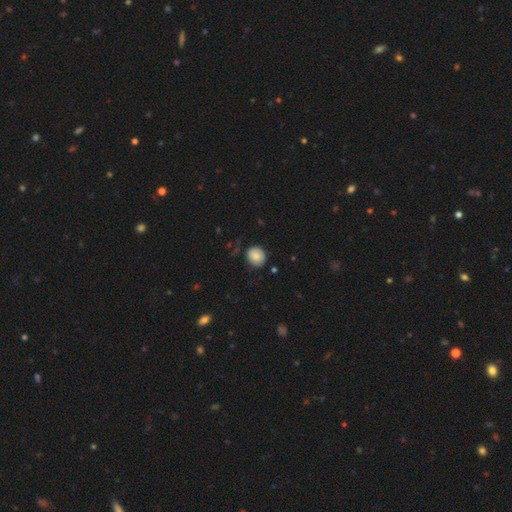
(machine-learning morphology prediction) smooth-or-featured: smooth: 84% | star or artifact: 8% | featured or disk: 8%
  how-rounded: round: 76% | in between: 23% | cigar-shaped: 1%
  merging: none: 78% | minor disturbance: 17% | major disturbance: 4% | merger: 1%